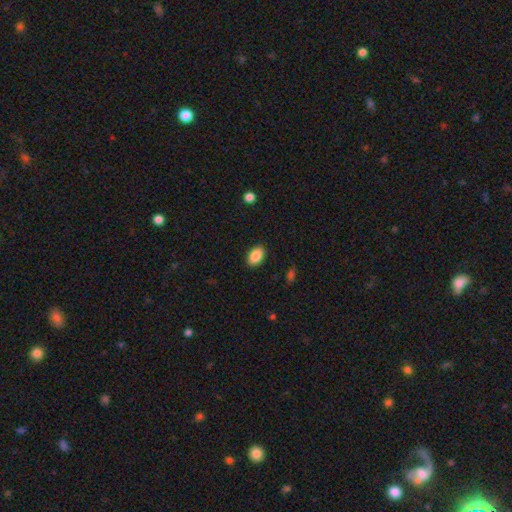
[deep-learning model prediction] This appears to be a smooth galaxy with no disk features (88%) that is in between round and cigar-shaped (90%). Merging: none (89%).